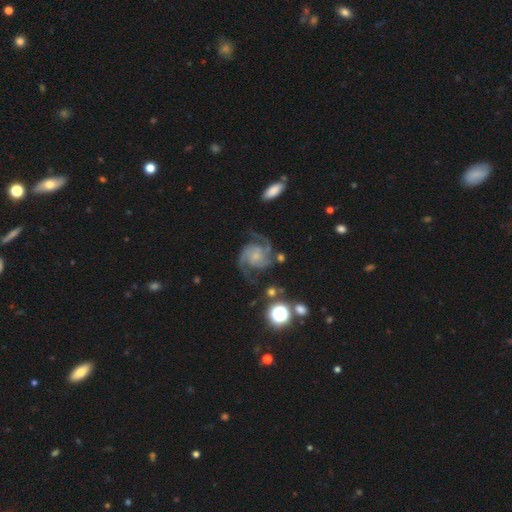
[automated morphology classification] This is clearly a featured or disk galaxy (90%). It is clearly not viewed edge-on (98%). Bar: likely no (64%). Spiral arm pattern: clearly yes (98%). Spiral arm count: likely 2 (68%). Spiral winding: possibly medium (57%). Central bulge: possibly small (56%). Merging: likely none (69%).